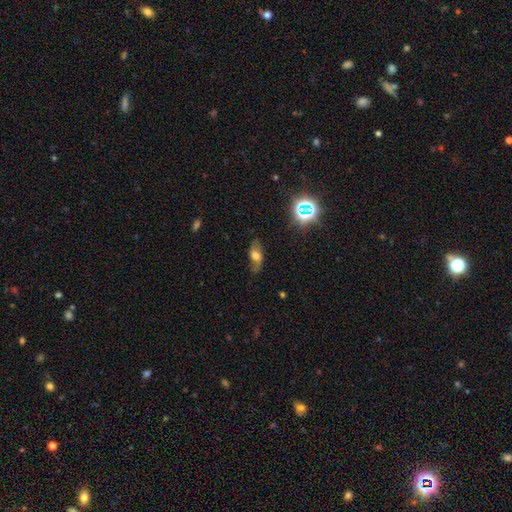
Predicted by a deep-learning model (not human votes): A featured or disk galaxy (44%).

Vote fractions:
- Smooth or featured? featured or disk: 44% / smooth: 40% / star or artifact: 16%
- Merging? none: 67% / minor disturbance: 22% / major disturbance: 9% / merger: 2%